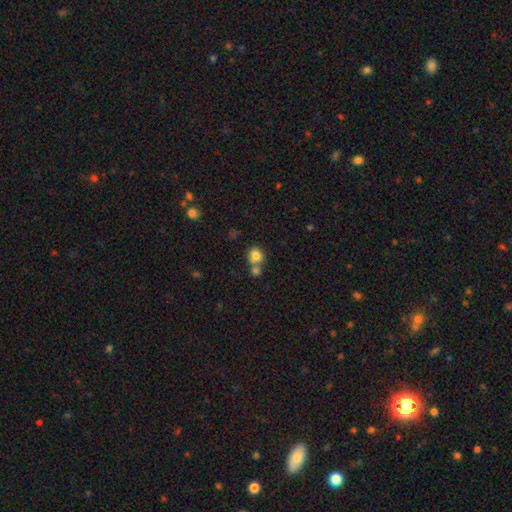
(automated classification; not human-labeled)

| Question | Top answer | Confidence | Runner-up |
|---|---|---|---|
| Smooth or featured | smooth | 81% | star or artifact (10%) |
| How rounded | round | 76% | in between (23%) |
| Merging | merger | 44% | none (43%) |